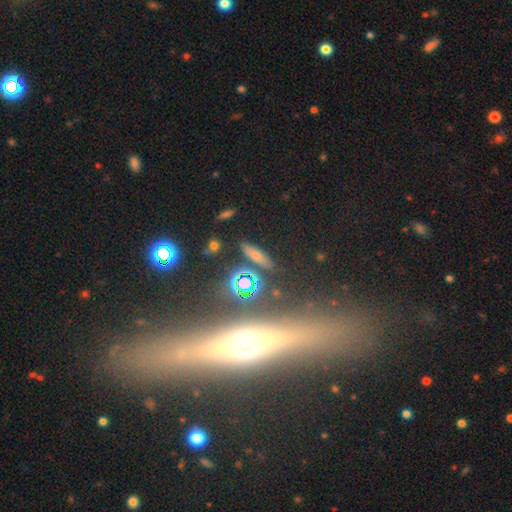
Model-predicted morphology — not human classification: A smooth galaxy with no disk features (56%) that is cigar-shaped (62%). Merging: none (84%).